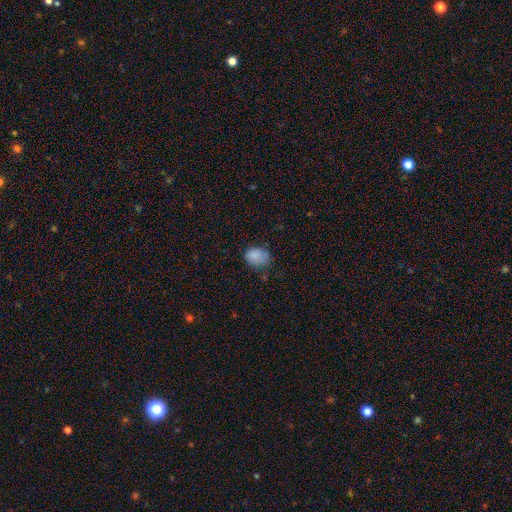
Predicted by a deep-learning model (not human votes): Smooth or featured?
  - smooth: 83% *
  - star or artifact: 10%
  - featured or disk: 7%
How rounded?
  - in between: 68% *
  - round: 31%
  - cigar-shaped: 1%
Merging?
  - none: 53% *
  - minor disturbance: 33%
  - major disturbance: 11%
  - merger: 3%